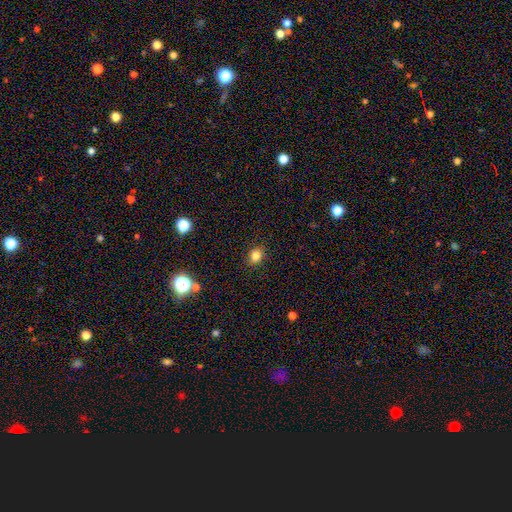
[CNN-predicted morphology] Smooth or featured: smooth — 82% (star or artifact — 13%)
How rounded: round — 63% (in between — 36%)
Merging: none — 88% (minor disturbance — 9%)